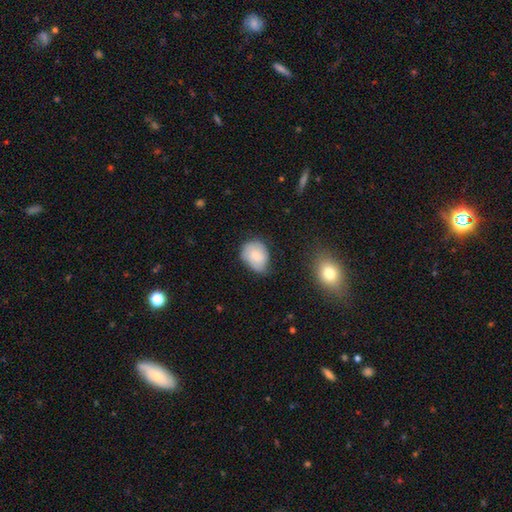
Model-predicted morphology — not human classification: Smooth or featured?
  - smooth: 70% *
  - featured or disk: 22%
  - star or artifact: 7%
How rounded?
  - in between: 58% *
  - round: 42%
  - cigar-shaped: 1%
Merging?
  - none: 51% *
  - minor disturbance: 38%
  - major disturbance: 9%
  - merger: 2%